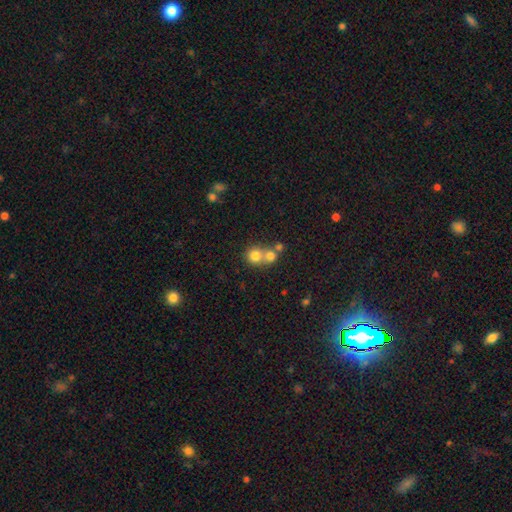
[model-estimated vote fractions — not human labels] Smooth or featured? smooth (76%)
How rounded? round (87%)
Merging? merger (52%)